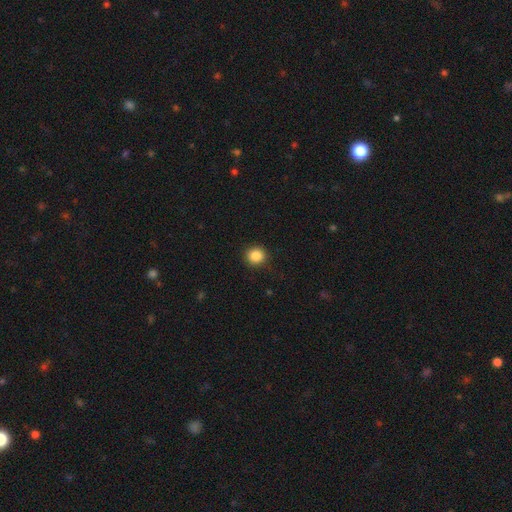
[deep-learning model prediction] This appears to be a smooth galaxy with no disk features (86%) that is round (91%). Merging: none (90%).